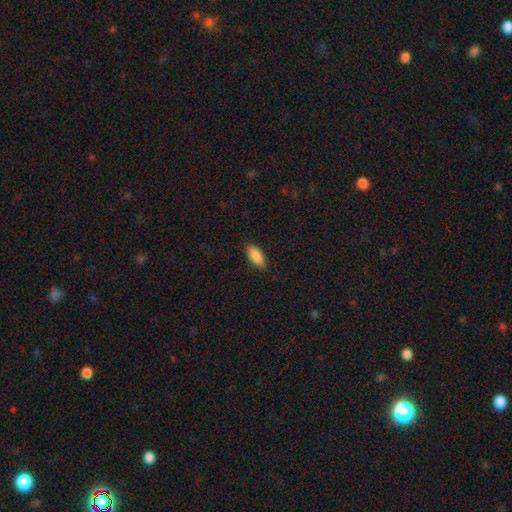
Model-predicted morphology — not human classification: A smooth galaxy with no disk features (89%) that is in between round and cigar-shaped (85%). Merging: none (88%).